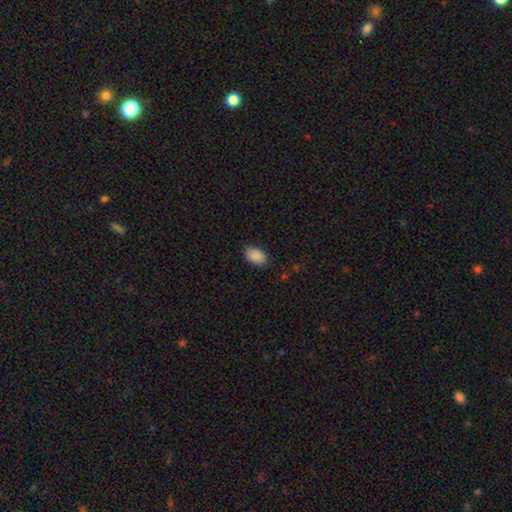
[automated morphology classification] A smooth galaxy with no disk features (90%) that is in between round and cigar-shaped (90%). Merging: none (84%).